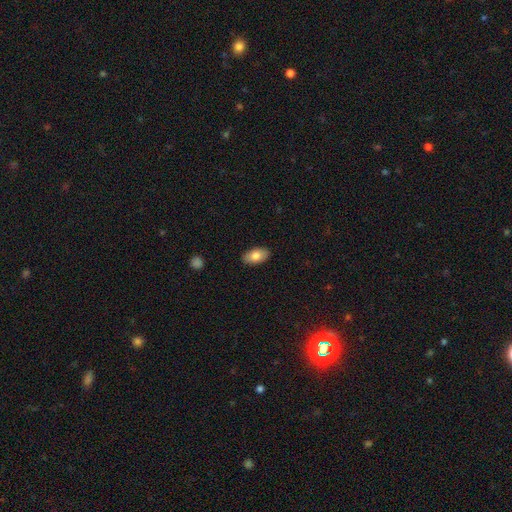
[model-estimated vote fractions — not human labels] Morphology: type=smooth (81%); roundness=in between (94%); merging=none (89%).